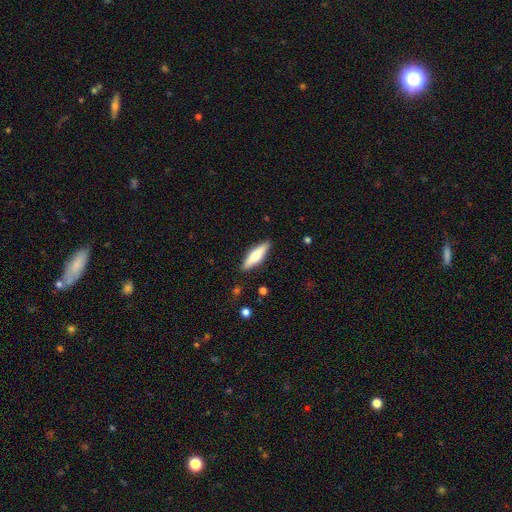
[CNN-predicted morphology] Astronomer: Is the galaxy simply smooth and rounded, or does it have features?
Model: smooth — 56% (runner-up: featured or disk, 38%).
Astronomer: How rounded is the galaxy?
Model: cigar-shaped — 61% (runner-up: in between, 37%).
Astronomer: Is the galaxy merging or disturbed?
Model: none — 89%.